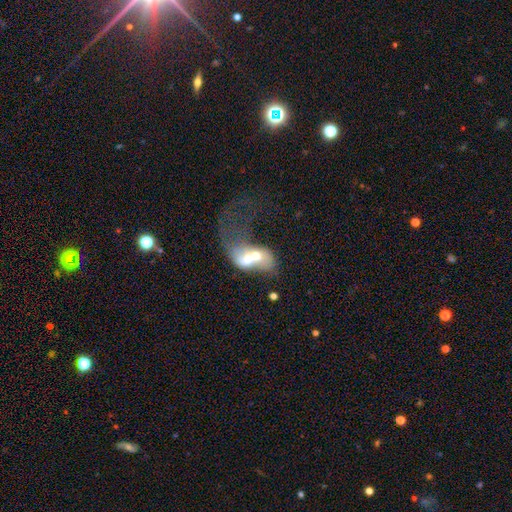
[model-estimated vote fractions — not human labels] Smooth or featured?
  - featured or disk: 46% *
  - smooth: 45%
  - star or artifact: 8%
Merging?
  - merger: 74% *
  - major disturbance: 14%
  - none: 7%
  - minor disturbance: 4%